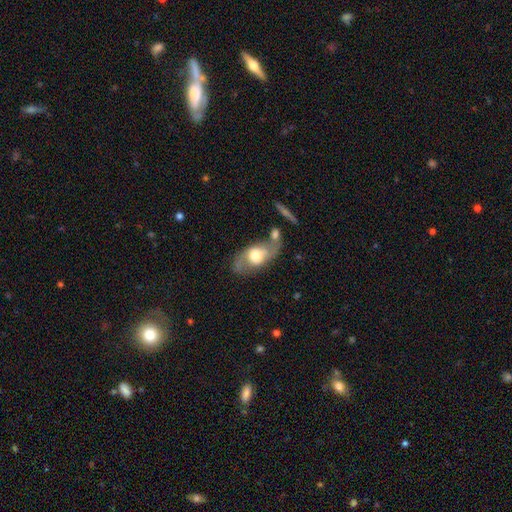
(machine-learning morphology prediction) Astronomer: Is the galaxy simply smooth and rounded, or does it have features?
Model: featured or disk — 59% (runner-up: smooth, 35%).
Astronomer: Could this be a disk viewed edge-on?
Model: no — 87%.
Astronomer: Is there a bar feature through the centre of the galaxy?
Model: no — 62%.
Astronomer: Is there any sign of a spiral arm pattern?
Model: yes — 70%.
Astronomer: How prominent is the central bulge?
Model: moderate — 55% (runner-up: large, 32%).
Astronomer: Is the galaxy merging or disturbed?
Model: none — 53%.